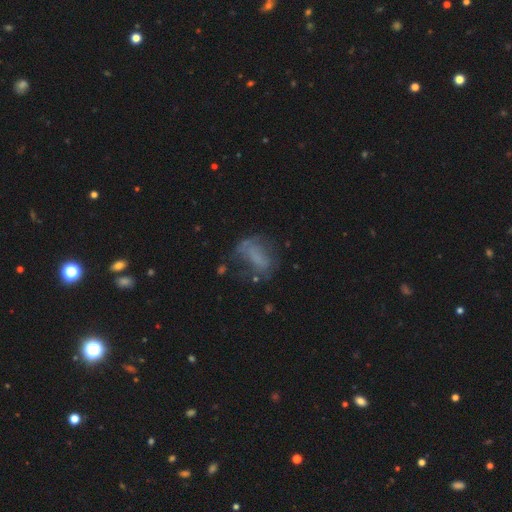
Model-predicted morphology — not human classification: Smooth or featured? Predicted: smooth (p=0.44). Merging? Predicted: none (p=0.41).